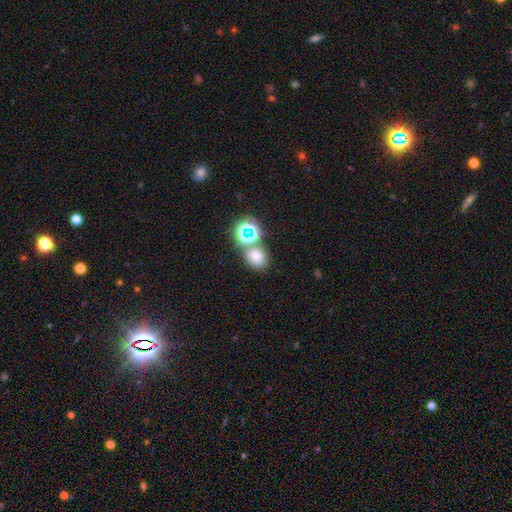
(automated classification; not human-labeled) Smooth or featured? smooth (67%)
How rounded? round (54%)
Merging? none (58%)